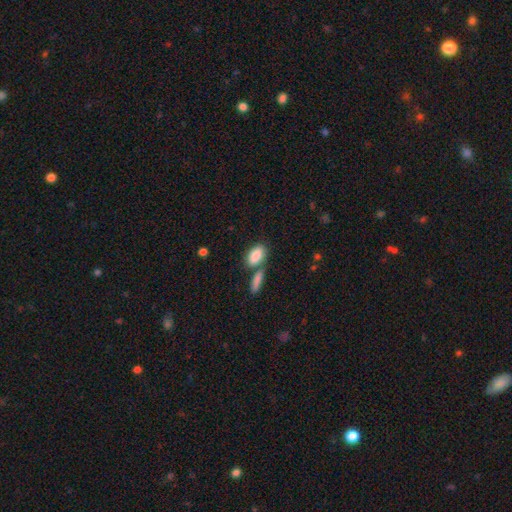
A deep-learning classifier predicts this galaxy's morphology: Smooth or featured?
  - smooth: 86% *
  - featured or disk: 7%
  - star or artifact: 7%
How rounded?
  - in between: 90% *
  - cigar-shaped: 6%
  - round: 5%
Merging?
  - none: 52% *
  - merger: 33%
  - minor disturbance: 11%
  - major disturbance: 4%